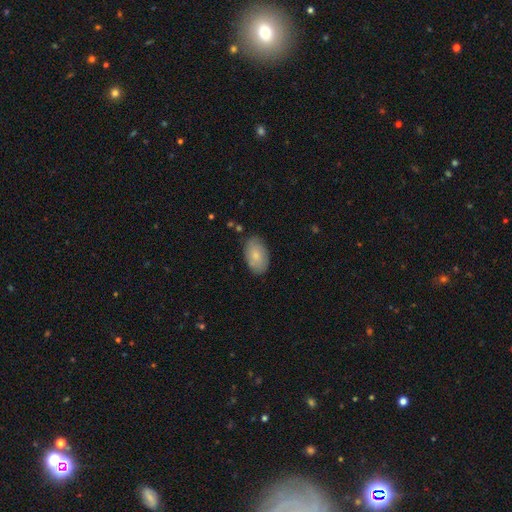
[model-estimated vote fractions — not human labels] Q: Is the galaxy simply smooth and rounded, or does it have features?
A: smooth — 78%.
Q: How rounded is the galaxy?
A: in between — 93%.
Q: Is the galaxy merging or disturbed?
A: none — 81%.